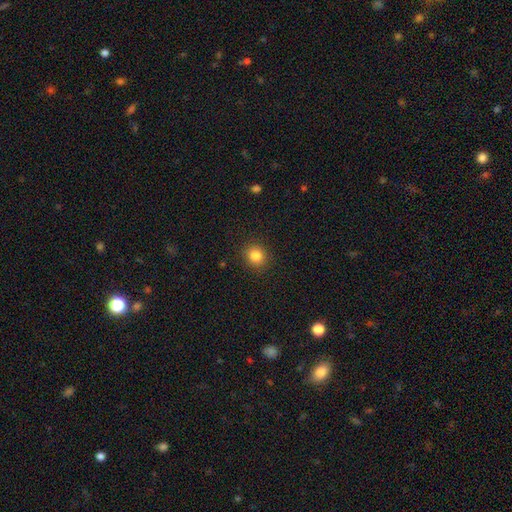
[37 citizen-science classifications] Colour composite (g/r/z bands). It shows a smooth galaxy with no disk features (92%) that is round (94%). Merging: none (94%).